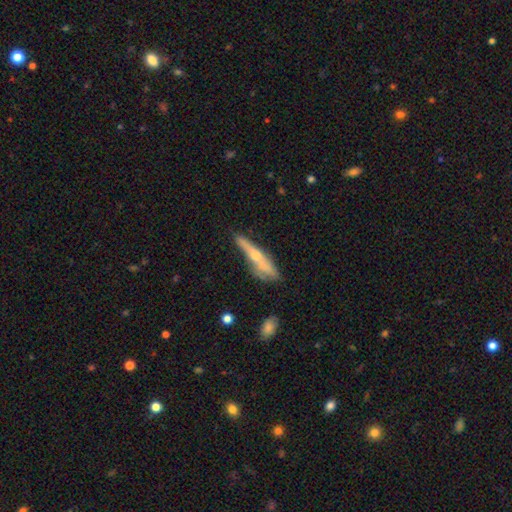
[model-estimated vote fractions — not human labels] Q: Smooth or featured?
A: featured or disk (53%); runner-up: smooth (40%)
Q: Edge-on disk?
A: yes (85%); runner-up: no (15%)
Q: Merging?
A: none (51%); runner-up: minor disturbance (25%)